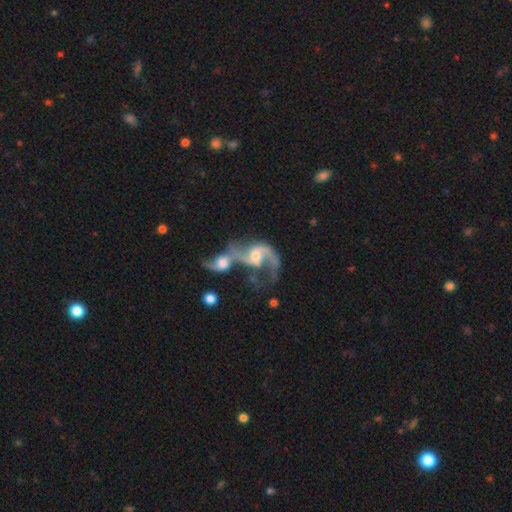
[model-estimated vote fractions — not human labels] Smooth or featured: featured or disk — 84% (smooth — 10%)
Edge-on disk: no — 97% (yes — 3%)
Bar: no — 44% (weak — 42%)
Spiral arms: yes — 93% (no — 7%)
Spiral winding: loose — 65% (medium — 29%)
Spiral arm count: 2 — 77% (1 — 15%)
Bulge size: moderate — 51% (small — 27%)
Merging: merger — 72% (none — 12%)